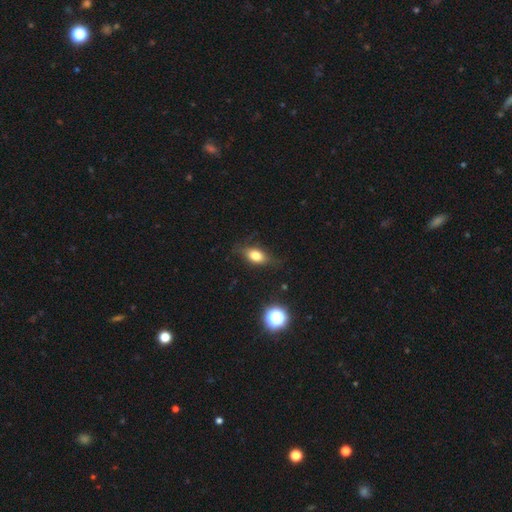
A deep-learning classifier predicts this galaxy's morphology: smooth 76%, featured or disk 13%, star or artifact 11%. Down the decision tree: how rounded — in between (79%); merging — none (74%).